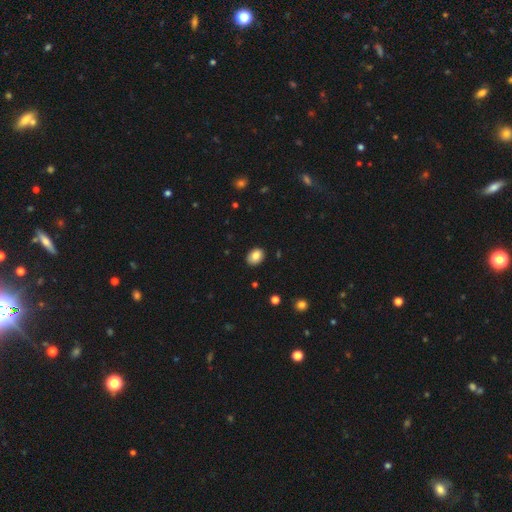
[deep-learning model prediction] Smooth or featured?
  - smooth: 85% *
  - star or artifact: 9%
  - featured or disk: 7%
How rounded?
  - in between: 67% *
  - round: 32%
  - cigar-shaped: 1%
Merging?
  - none: 88% *
  - minor disturbance: 9%
  - major disturbance: 2%
  - merger: 1%